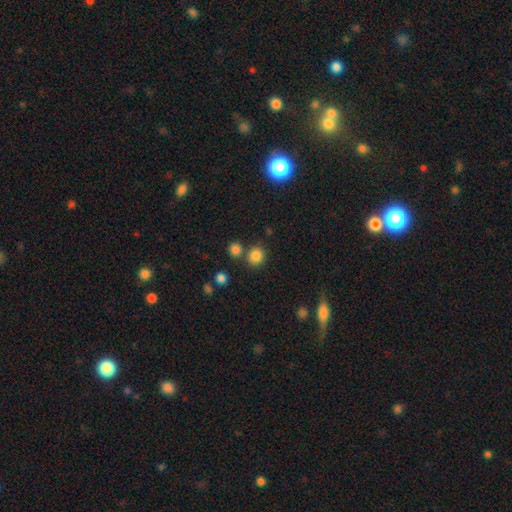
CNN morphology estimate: This is clearly a smooth galaxy (83%). How rounded: clearly round (83%). Merging: likely none (73%).